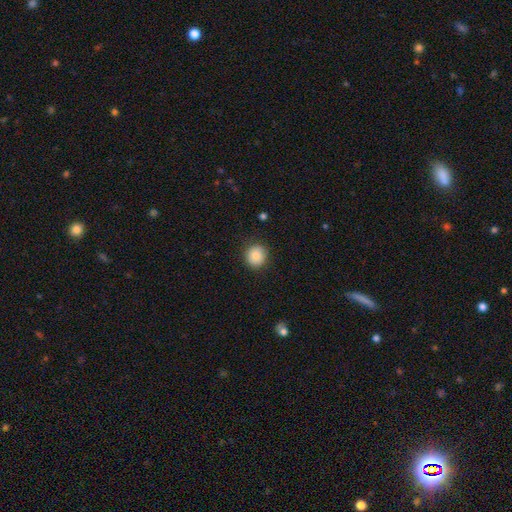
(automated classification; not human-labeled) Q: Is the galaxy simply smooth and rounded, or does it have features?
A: smooth — 85%.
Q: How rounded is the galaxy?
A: round — 88%.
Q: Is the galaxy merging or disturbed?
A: none — 88%.